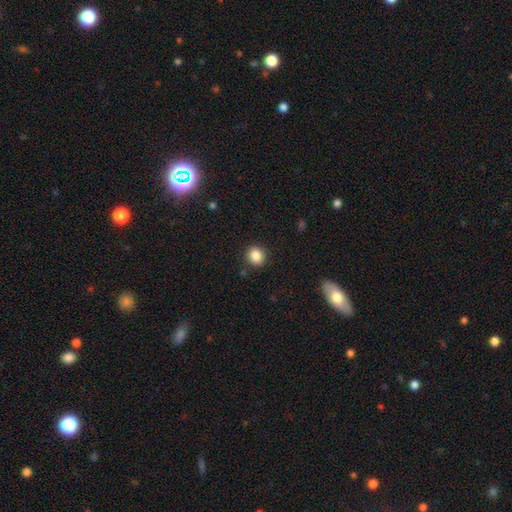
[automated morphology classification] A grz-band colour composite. It shows a smooth galaxy with no disk features (86%) that is round (79%). Merging: none (89%).